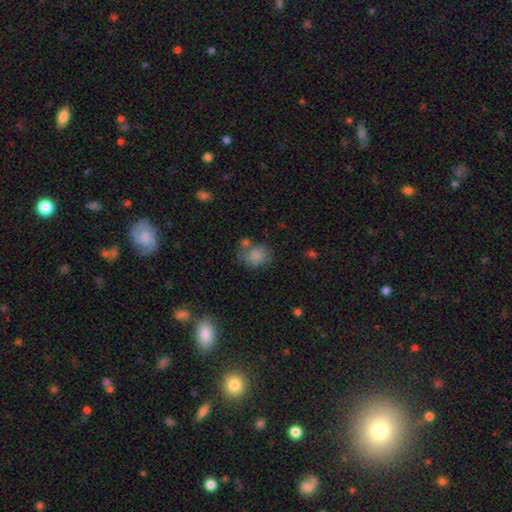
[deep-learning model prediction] The model was most divided on "how rounded": round: 60%, in between: 39%, cigar-shaped: 1%. More confident: smooth or featured — smooth (82%); merging — none (56%).